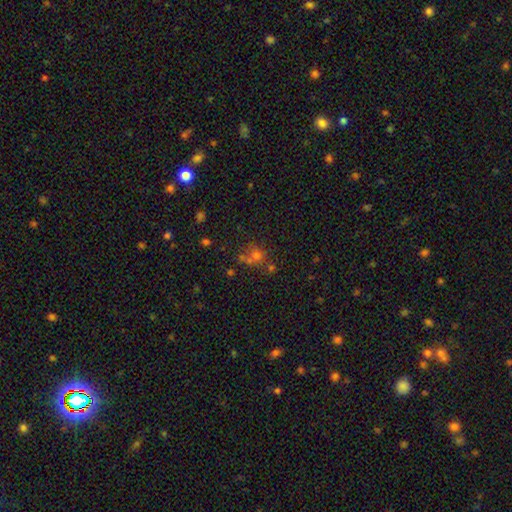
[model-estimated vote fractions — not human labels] Overall: smooth (53%; star or artifact 34%). How rounded: round (83%). Merging: none (53%; merger 31%).